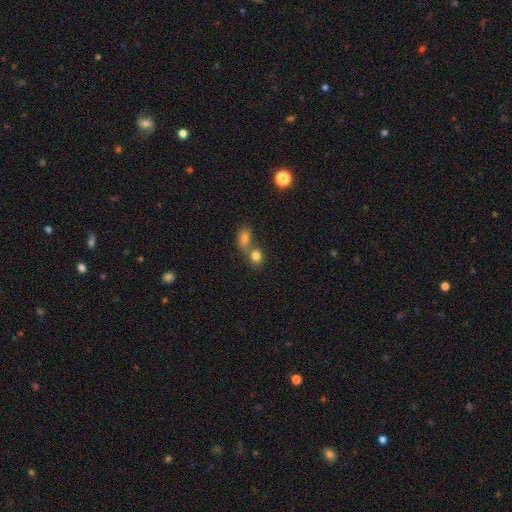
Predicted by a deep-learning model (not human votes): Smooth or featured?
  - smooth: 81% *
  - star or artifact: 11%
  - featured or disk: 9%
How rounded?
  - round: 59% *
  - in between: 40%
  - cigar-shaped: 2%
Merging?
  - merger: 57% *
  - none: 33%
  - minor disturbance: 7%
  - major disturbance: 3%